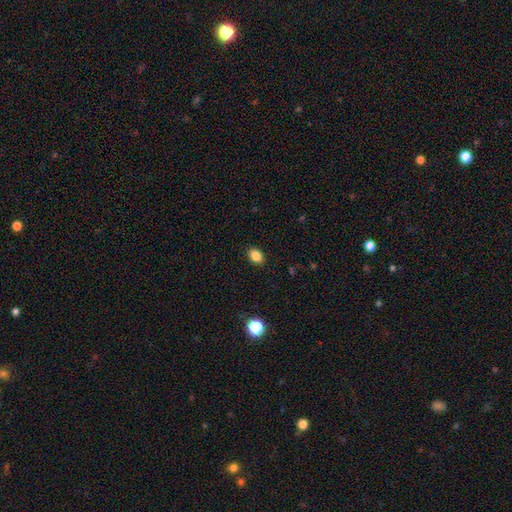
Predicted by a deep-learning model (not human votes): Morphology: type=smooth (86%); roundness=in between (75%); merging=none (88%).